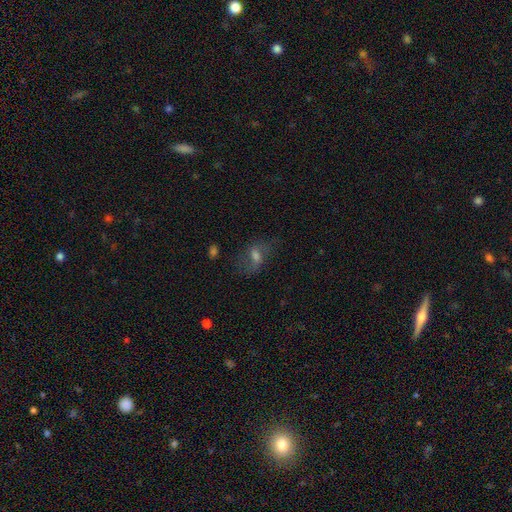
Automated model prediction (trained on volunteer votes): Smooth or featured? Predicted: smooth (p=0.40). Merging? Predicted: none (p=0.62).